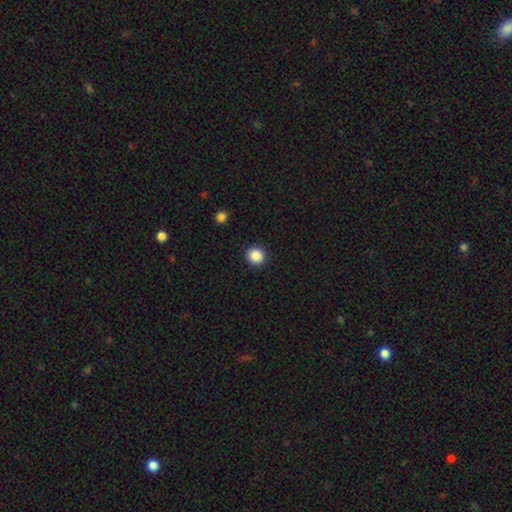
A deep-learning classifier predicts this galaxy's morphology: smooth_or_featured: smooth (p=0.88) [alt: star or artifact p=0.09]
how_rounded: round (p=0.91) [alt: in between p=0.08]
merging: none (p=0.92) [alt: minor disturbance p=0.05]